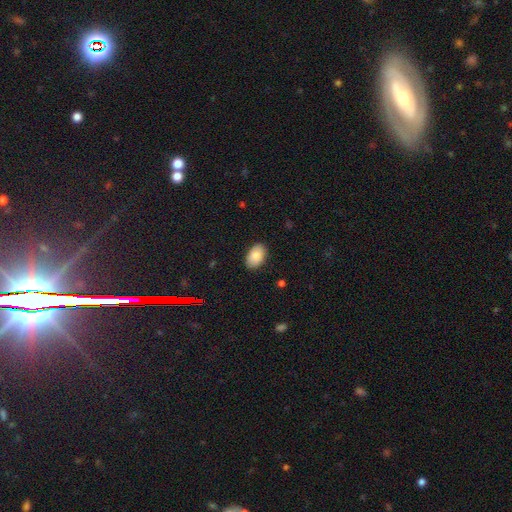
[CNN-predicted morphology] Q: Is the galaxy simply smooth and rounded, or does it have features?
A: smooth — 85%.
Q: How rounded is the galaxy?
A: in between — 90%.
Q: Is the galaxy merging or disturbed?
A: none — 88%.